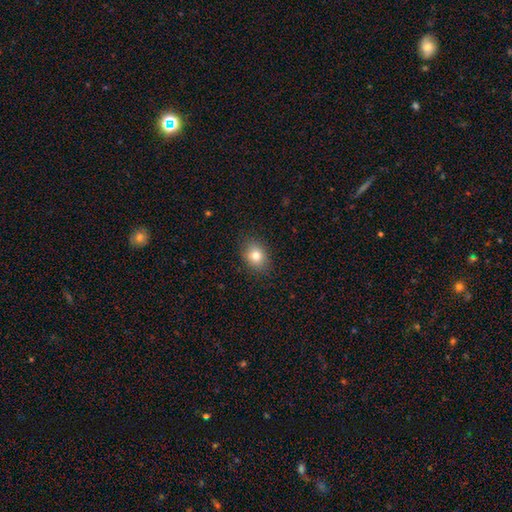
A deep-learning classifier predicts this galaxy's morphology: A smooth galaxy with no disk features (79%) that is in between round and cigar-shaped (62%).

Vote fractions:
- Smooth or featured? smooth: 79% / star or artifact: 11% / featured or disk: 10%
- How rounded? in between: 62% / round: 37% / cigar-shaped: 1%
- Merging? none: 87% / minor disturbance: 9% / major disturbance: 3% / merger: 1%